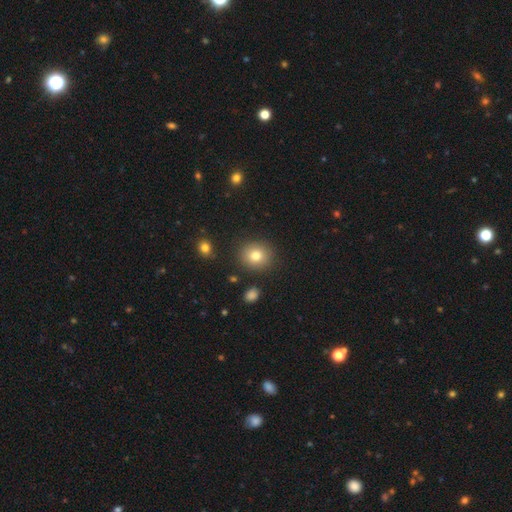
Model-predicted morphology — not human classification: A smooth galaxy with no disk features (79%) that is round (79%).

Vote fractions:
- Smooth or featured? smooth: 79% / star or artifact: 11% / featured or disk: 10%
- How rounded? round: 79% / in between: 20% / cigar-shaped: 1%
- Merging? none: 87% / minor disturbance: 8% / major disturbance: 3% / merger: 2%